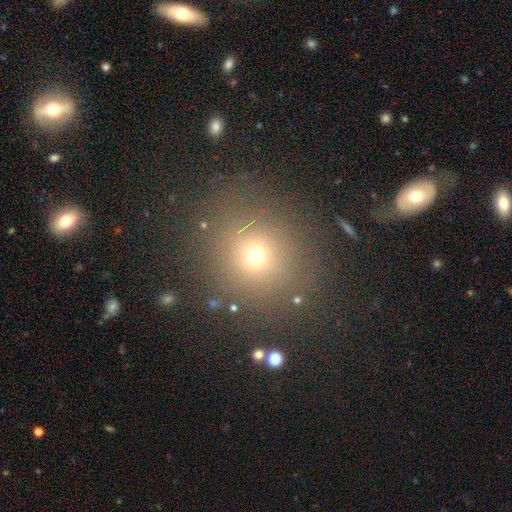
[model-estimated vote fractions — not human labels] A smooth galaxy with no disk features (66%) that is round (88%).

Vote fractions:
- Smooth or featured? smooth: 66% / star or artifact: 23% / featured or disk: 11%
- How rounded? round: 88% / in between: 11% / cigar-shaped: 1%
- Merging? none: 82% / minor disturbance: 10% / major disturbance: 6% / merger: 3%